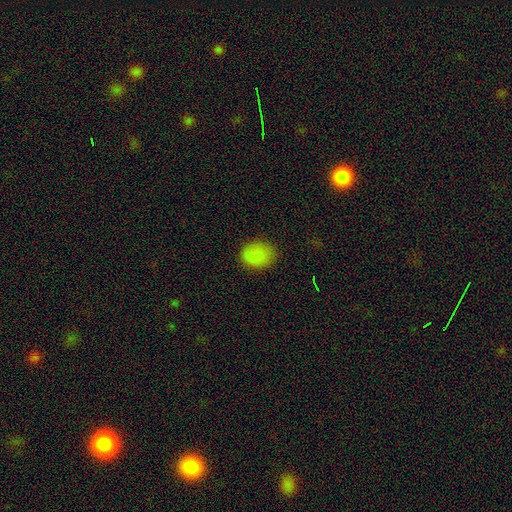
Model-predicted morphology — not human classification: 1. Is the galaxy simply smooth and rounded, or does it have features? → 84% smooth, 11% star or artifact, 5% featured or disk.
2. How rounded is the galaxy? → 52% in between, 47% round, 1% cigar-shaped.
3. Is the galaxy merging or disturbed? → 80% none, 15% minor disturbance, 4% major disturbance, 1% merger.